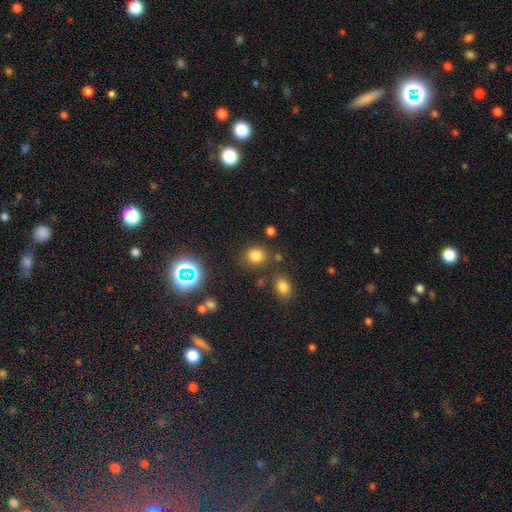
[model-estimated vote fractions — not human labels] Smooth or featured? smooth (76%)
How rounded? round (78%)
Merging? none (79%)